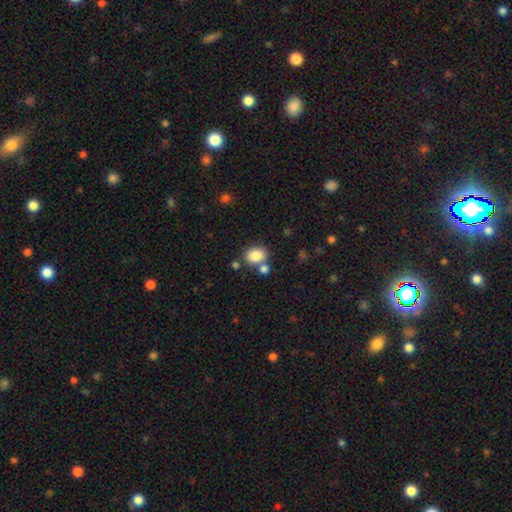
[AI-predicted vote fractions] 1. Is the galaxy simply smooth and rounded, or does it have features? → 84% smooth, 9% star or artifact, 7% featured or disk.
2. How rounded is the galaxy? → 50% in between, 49% round, 1% cigar-shaped.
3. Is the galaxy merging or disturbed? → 65% none, 20% merger, 11% minor disturbance, 4% major disturbance.